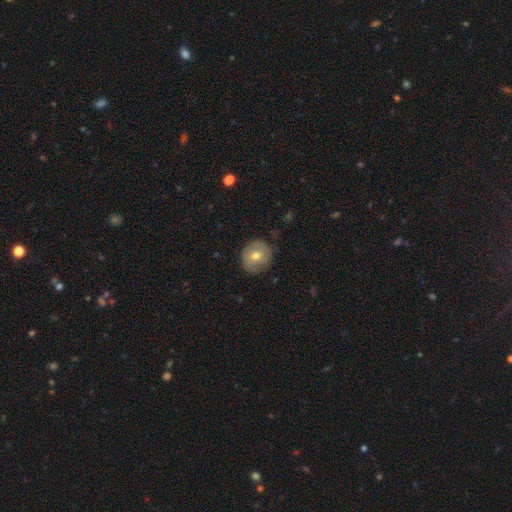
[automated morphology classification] The model was most divided on "smooth or featured": smooth: 61%, featured or disk: 31%, star or artifact: 8%. More confident: how rounded — round (88%); merging — none (78%).